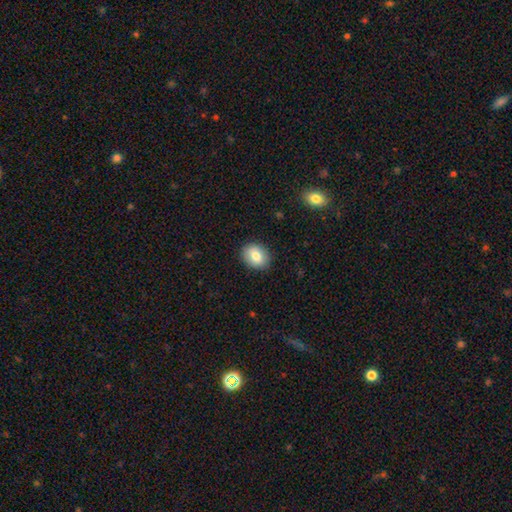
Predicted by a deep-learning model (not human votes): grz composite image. It shows a smooth galaxy with no disk features (81%) that is in between round and cigar-shaped (53%). Merging: none (88%).